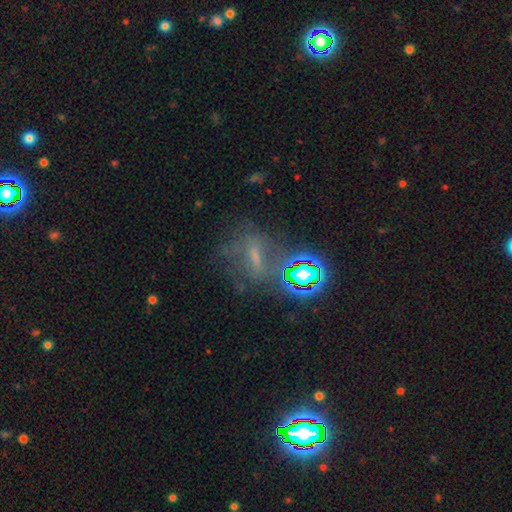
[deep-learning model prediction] The model was most divided on "smooth or featured": star or artifact: 35%, featured or disk: 33%, smooth: 32%.